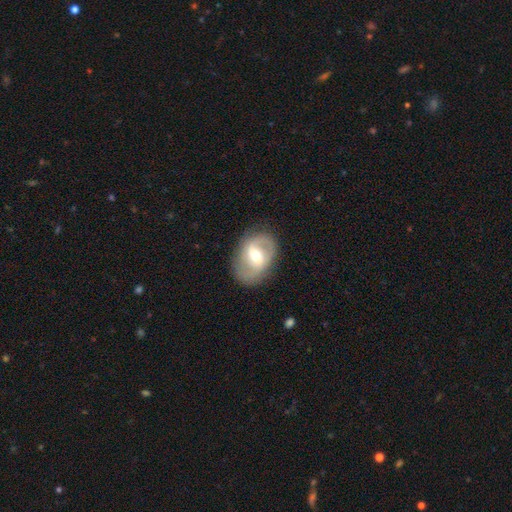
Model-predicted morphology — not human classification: Smooth or featured? featured or disk (74%)
Edge-on disk? no (96%)
Bar? weak (49%)
Spiral arms? yes (82%)
Spiral winding? medium (44%)
Spiral arm count? 2 (80%)
Bulge size? moderate (59%)
Merging? none (79%)